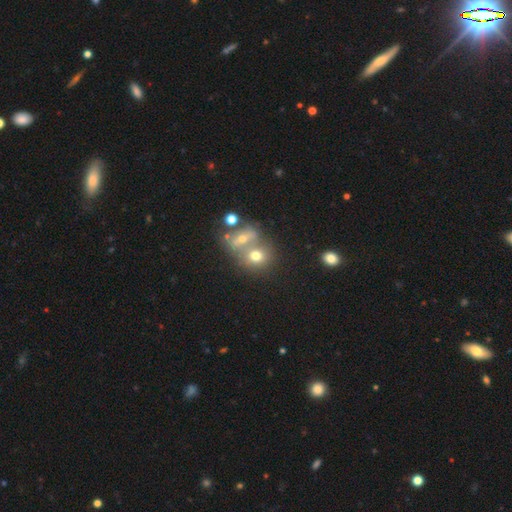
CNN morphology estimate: Smooth or featured?
  - smooth: 63% *
  - featured or disk: 21%
  - star or artifact: 16%
How rounded?
  - round: 70% *
  - in between: 28%
  - cigar-shaped: 2%
Merging?
  - merger: 50% *
  - none: 37%
  - minor disturbance: 9%
  - major disturbance: 5%